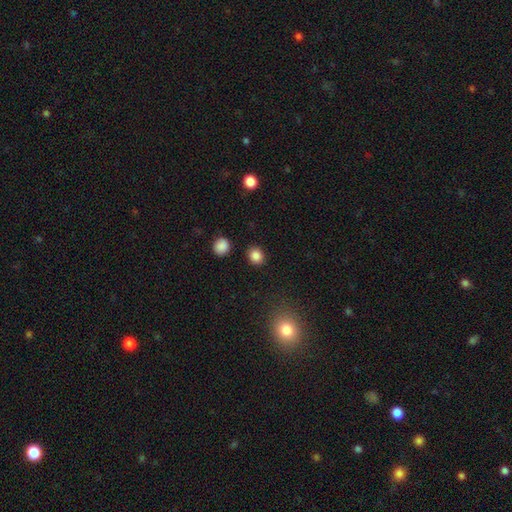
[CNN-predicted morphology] This appears to be a smooth galaxy with no disk features (86%) that is round (73%). Merging: none (88%).